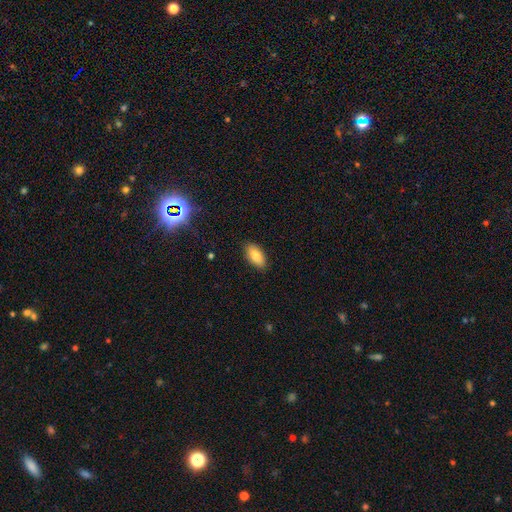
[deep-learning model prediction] This appears to be a smooth galaxy with no disk features (82%) that is in between round and cigar-shaped (92%). Merging: none (87%).